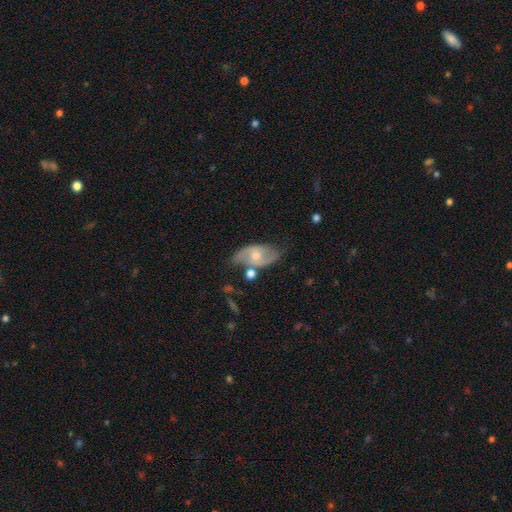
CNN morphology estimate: A featured or disk galaxy (74%) with no bar (58%), 2 (86%) medium (45%) spiral arms (87%) and a moderate central bulge (58%).

Vote fractions:
- Smooth or featured? featured or disk: 74% / smooth: 19% / star or artifact: 6%
- Edge-on disk? no: 94% / yes: 6%
- Bar? no: 58% / weak: 34% / strong: 8%
- Spiral arms? yes: 87% / no: 13%
- Spiral winding? medium: 45% / loose: 36% / tight: 19%
- Spiral arm count? 2: 86% / can't tell: 8% / 1: 2% / 3: 1% / 4: 1% / more than 4: 1%
- Bulge size? moderate: 58% / small: 37% / large: 2% / none: 2% / dominant: 1%
- Merging? none: 62% / minor disturbance: 22% / merger: 9% / major disturbance: 7%